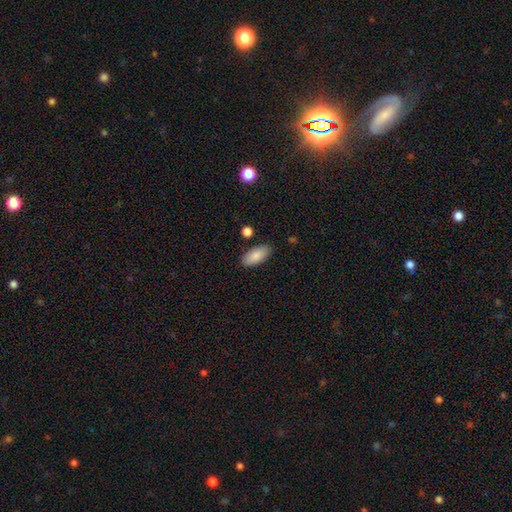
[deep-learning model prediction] Smooth or featured? smooth (87%)
How rounded? in between (91%)
Merging? none (85%)